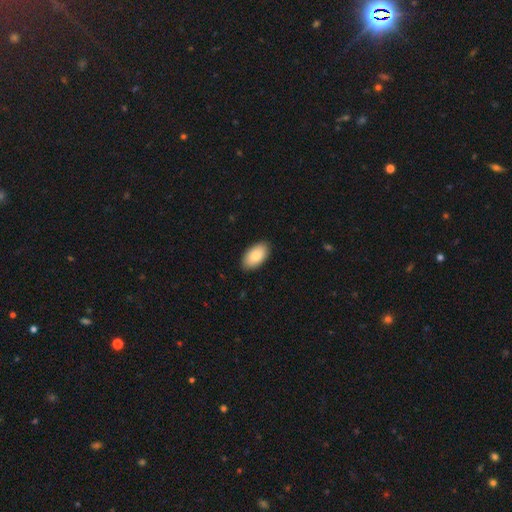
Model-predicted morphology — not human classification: The model was most divided on "smooth or featured": smooth: 84%, featured or disk: 10%, star or artifact: 6%. More confident: how rounded — in between (95%); merging — none (89%).